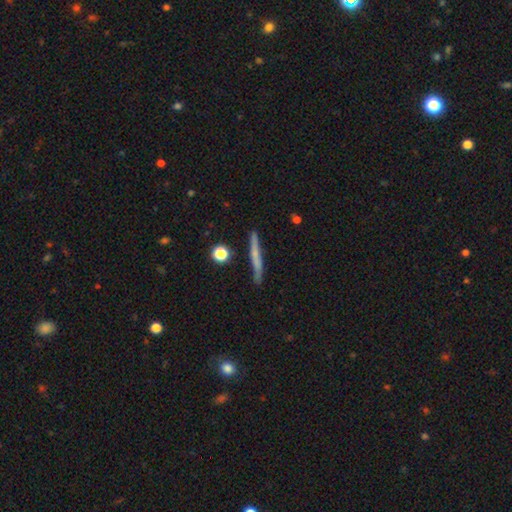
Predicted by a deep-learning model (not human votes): smooth-or-featured: featured or disk: 47% | smooth: 46% | star or artifact: 7%
  merging: none: 86% | minor disturbance: 10% | merger: 2% | major disturbance: 2%